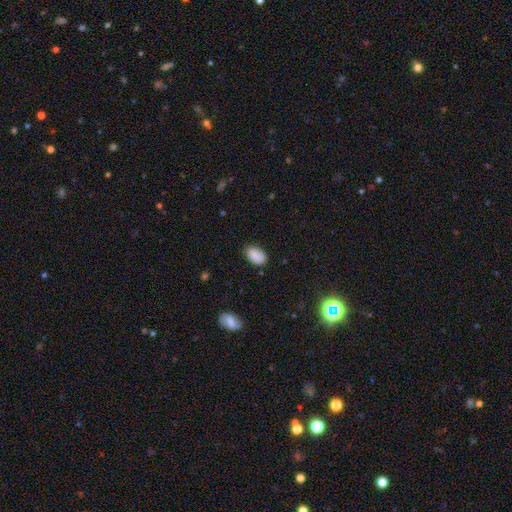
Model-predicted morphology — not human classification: Smooth or featured? Predicted: smooth (p=0.88). How rounded? Predicted: in between (p=0.92). Merging? Predicted: none (p=0.79).